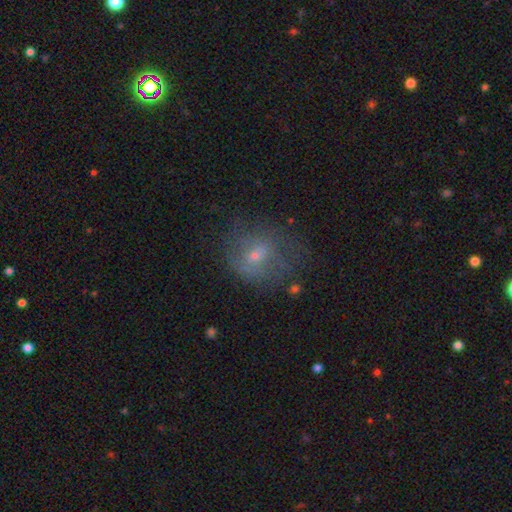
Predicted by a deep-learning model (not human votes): Morphology: type=smooth (47%); merging=none (50%).